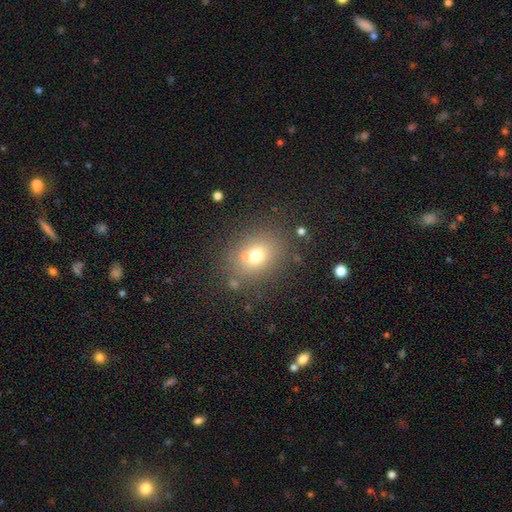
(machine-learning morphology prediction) Smooth or featured? smooth (67%)
How rounded? round (60%)
Merging? none (66%)